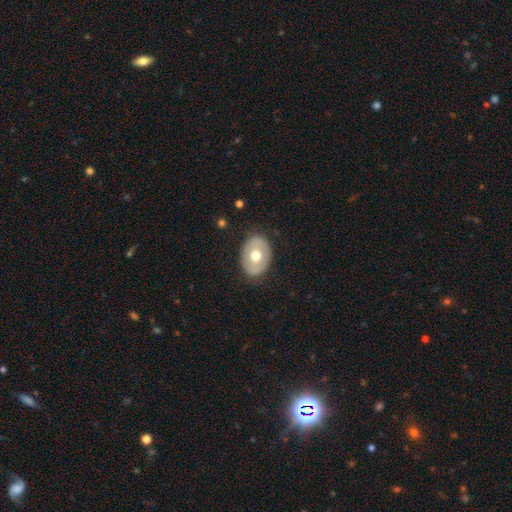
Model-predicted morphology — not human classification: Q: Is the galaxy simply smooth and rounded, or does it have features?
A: smooth — 53%.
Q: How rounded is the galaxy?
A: in between — 69%.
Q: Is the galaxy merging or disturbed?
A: none — 84%.